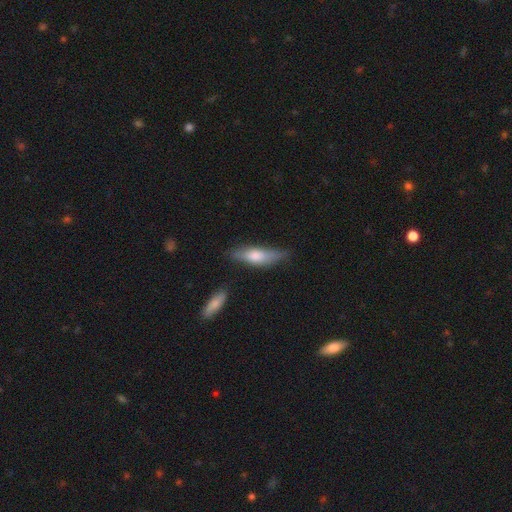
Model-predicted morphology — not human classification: smooth 61%, featured or disk 33%, star or artifact 6%. Down the decision tree: how rounded — cigar-shaped (61%); merging — none (72%).